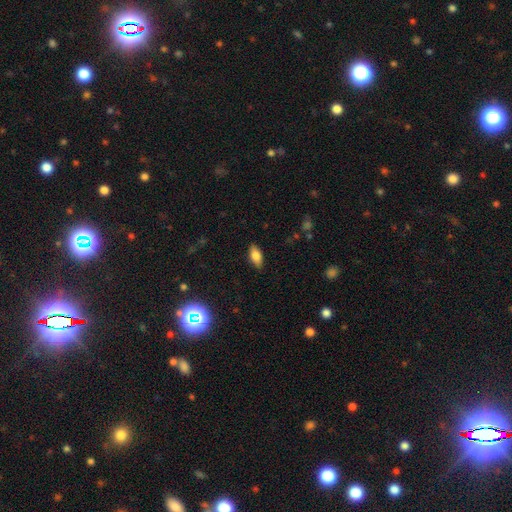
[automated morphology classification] A smooth galaxy with no disk features (79%) that is in between round and cigar-shaped (86%). Merging: none (87%).